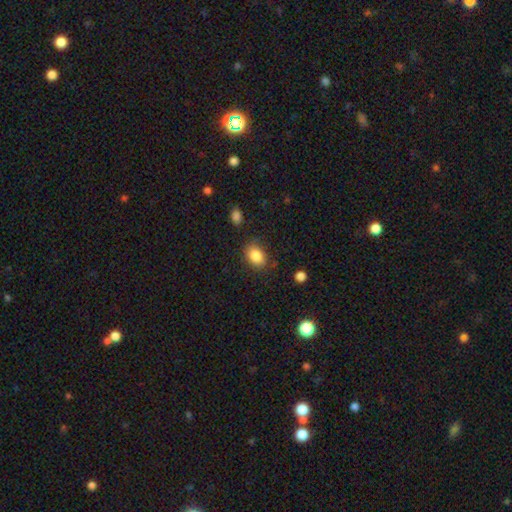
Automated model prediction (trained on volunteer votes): The model was most divided on "how rounded": in between: 76%, round: 23%, cigar-shaped: 1%. More confident: smooth or featured — smooth (86%); merging — none (80%).